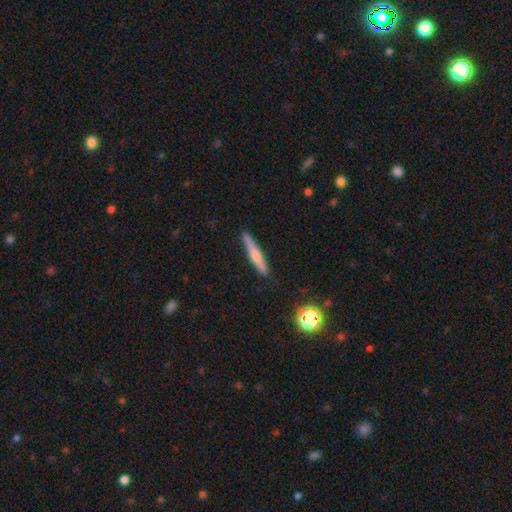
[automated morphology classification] type=featured or disk (53%); edge-on=yes (95%); edge-on bulge=rounded (73%); merging=none (87%).